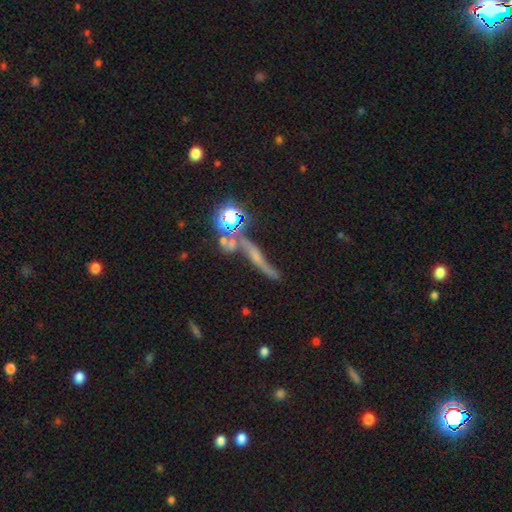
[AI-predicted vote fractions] featured or disk 50%, smooth 26%, star or artifact 24%. Down the decision tree: edge-on disk — yes (77%); merging — none (65%).